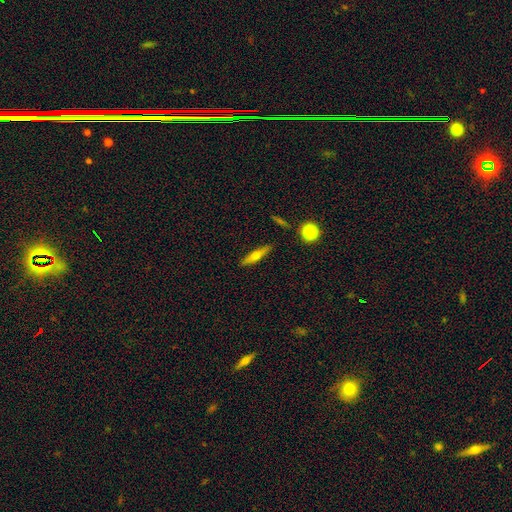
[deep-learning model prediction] The model was most divided on "smooth or featured": featured or disk: 48%, smooth: 44%, star or artifact: 8%. More confident: merging — none (89%).